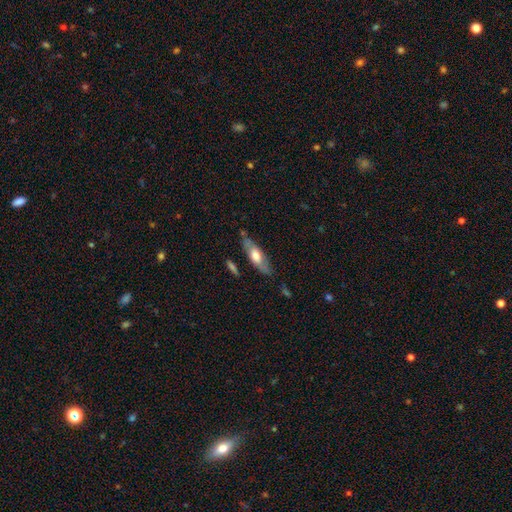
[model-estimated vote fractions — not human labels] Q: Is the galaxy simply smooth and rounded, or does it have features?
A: smooth — 49%.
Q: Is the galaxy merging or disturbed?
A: none — 73%.